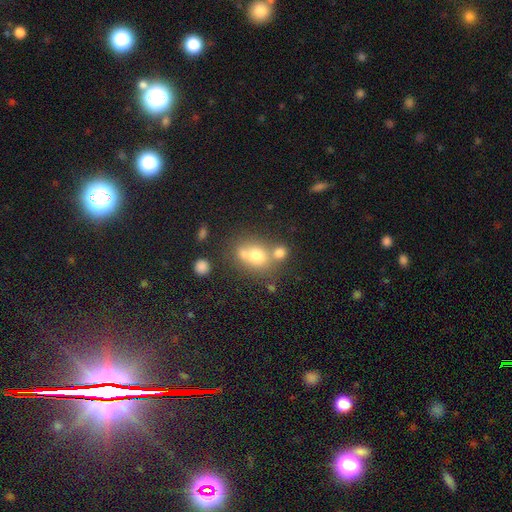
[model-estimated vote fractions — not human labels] smooth 69%, featured or disk 18%, star or artifact 13%. Down the decision tree: how rounded — round (58%); merging — merger (42%).